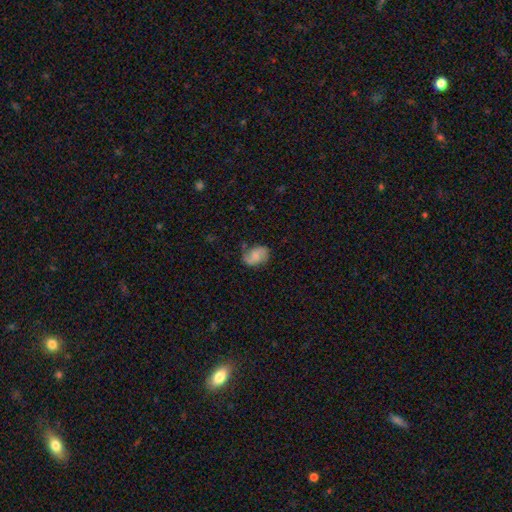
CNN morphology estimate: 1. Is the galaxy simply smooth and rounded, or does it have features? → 49% smooth, 43% featured or disk, 8% star or artifact.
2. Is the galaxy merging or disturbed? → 68% none, 23% minor disturbance, 7% major disturbance, 2% merger.